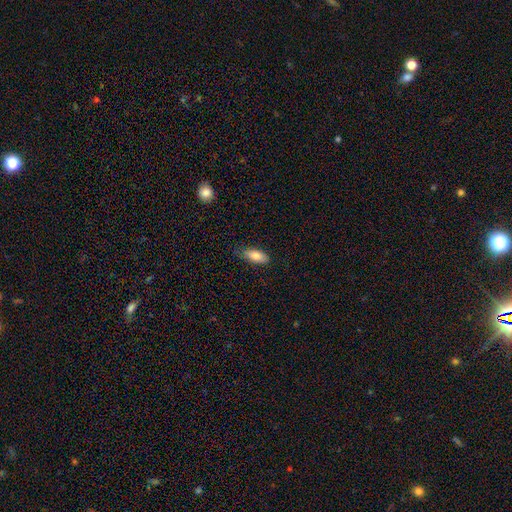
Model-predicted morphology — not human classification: A smooth galaxy with no disk features (80%) that is in between round and cigar-shaped (84%). Merging: none (74%).